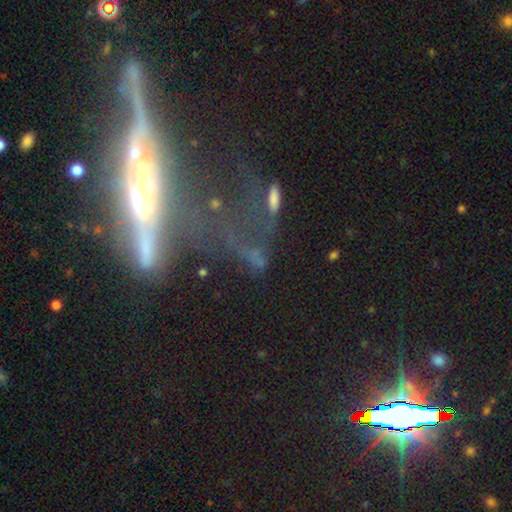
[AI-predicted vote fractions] Morphology: type=star or artifact (37%).